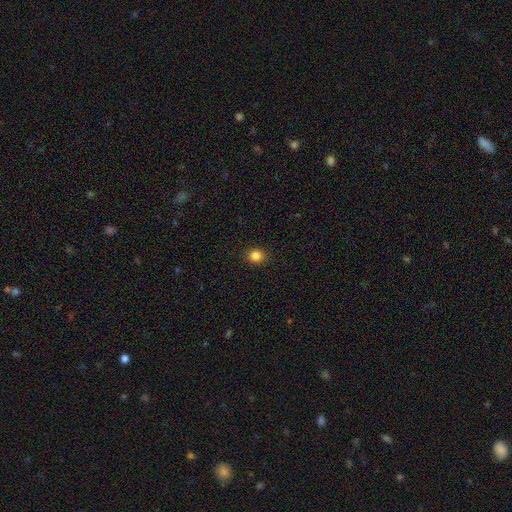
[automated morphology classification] This is clearly a smooth galaxy (84%). How rounded: likely round (75%). Merging: clearly none (91%).